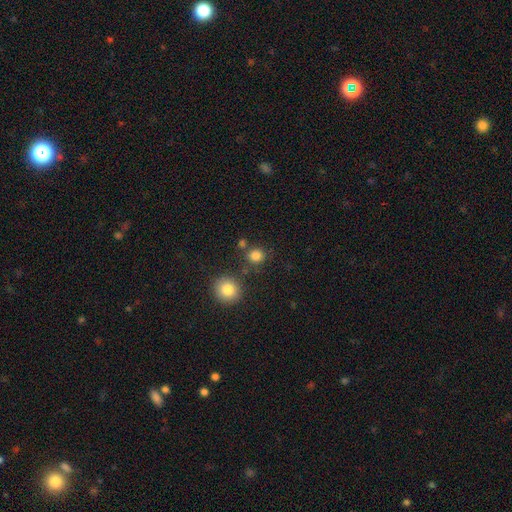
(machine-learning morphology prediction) smooth-or-featured: smooth: 83% | star or artifact: 13% | featured or disk: 5%
  how-rounded: round: 85% | in between: 14% | cigar-shaped: 1%
  merging: none: 78% | minor disturbance: 9% | merger: 9% | major disturbance: 4%